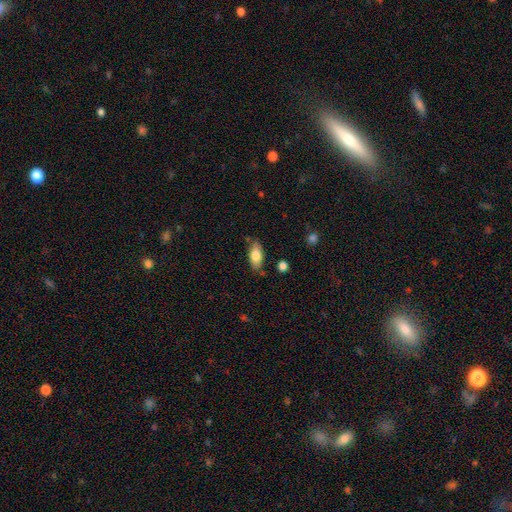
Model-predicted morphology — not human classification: This appears to be a smooth galaxy with no disk features (78%) that is in between round and cigar-shaped (87%). Merging: none (78%).